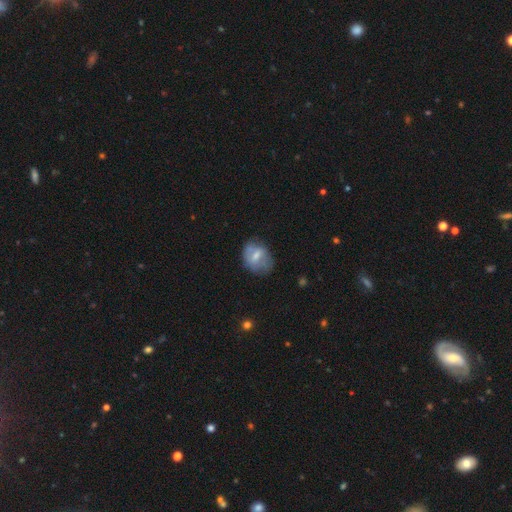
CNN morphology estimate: Smooth or featured? Predicted: smooth (p=0.56). How rounded? Predicted: in between (p=0.62). Merging? Predicted: none (p=0.54).